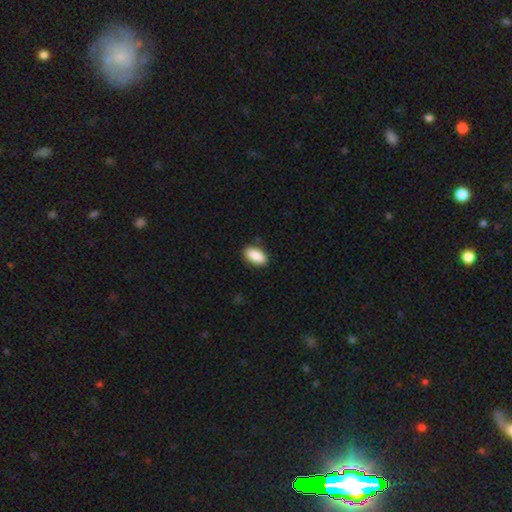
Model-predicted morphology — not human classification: smooth-or-featured: smooth: 89% | star or artifact: 6% | featured or disk: 4%
  how-rounded: in between: 92% | cigar-shaped: 5% | round: 3%
  merging: none: 87% | minor disturbance: 9% | major disturbance: 2% | merger: 1%